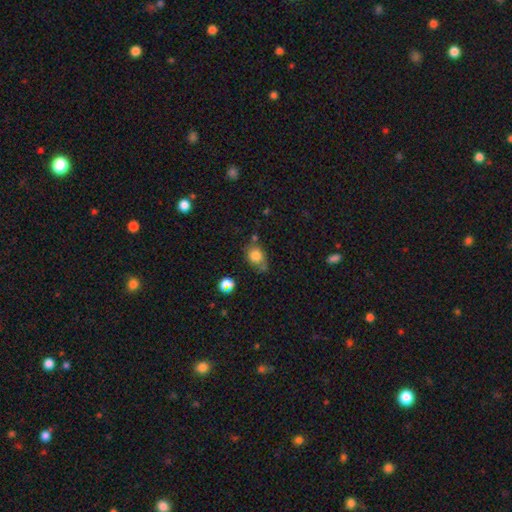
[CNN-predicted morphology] Smooth or featured?
  - smooth: 78% *
  - star or artifact: 11%
  - featured or disk: 11%
How rounded?
  - round: 53% *
  - in between: 46%
  - cigar-shaped: 1%
Merging?
  - none: 57% *
  - minor disturbance: 26%
  - merger: 10%
  - major disturbance: 7%